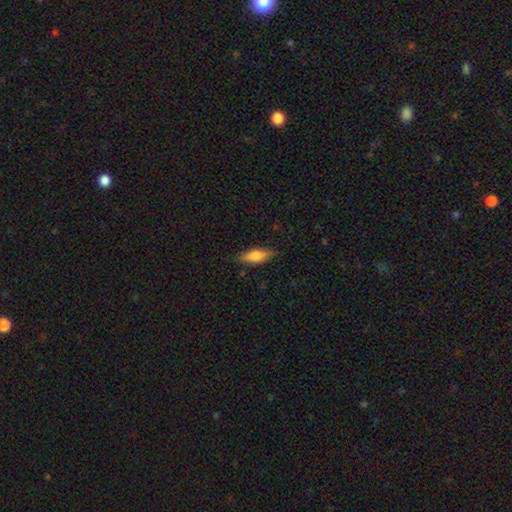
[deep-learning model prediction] This is likely a smooth galaxy (72%). How rounded: likely in between (62%). Merging: clearly none (84%).